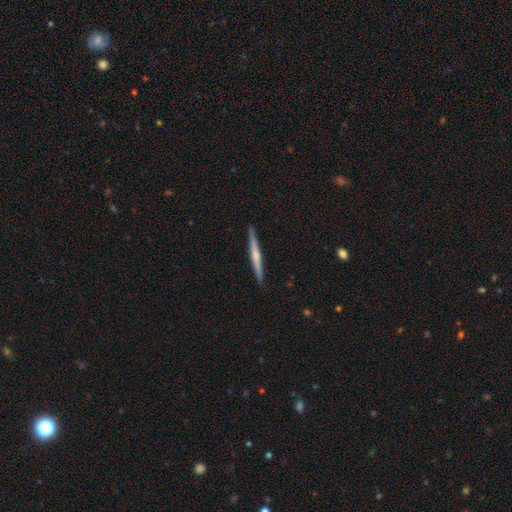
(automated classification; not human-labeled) featured or disk 55%, smooth 39%, star or artifact 5%. Down the decision tree: edge-on disk — yes (98%); edge-on bulge — rounded (49%); merging — none (91%).